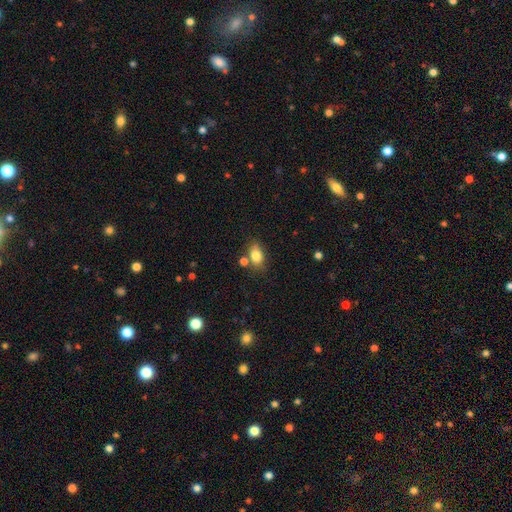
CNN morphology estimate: This is clearly a smooth galaxy (82%). How rounded: likely in between (79%). Merging: likely none (64%).